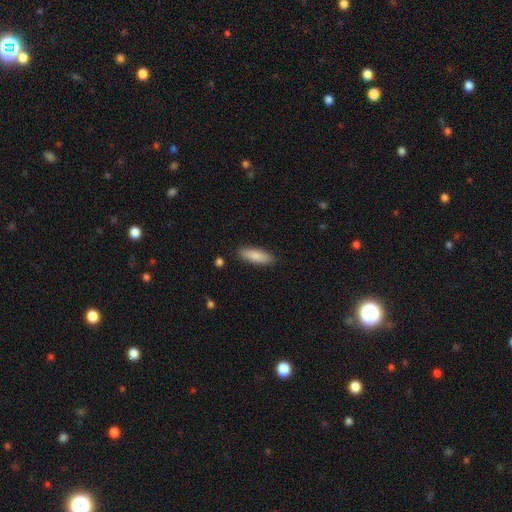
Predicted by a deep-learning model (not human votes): smooth 84%, featured or disk 11%, star or artifact 6%. Down the decision tree: how rounded — in between (59%); merging — none (88%).